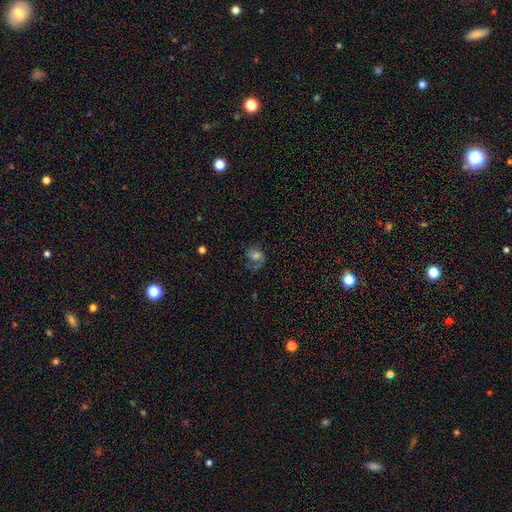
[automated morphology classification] Overall: featured or disk (70%). Edge-on disk: no (98%). Bar: no (62%; weak 32%). Spiral arms: yes (94%). Spiral arm count: 2 (64%; 1 28%). Spiral winding: medium (49%; loose 30%). Bulge size: moderate (48%; small 24%). Merging: none (61%).